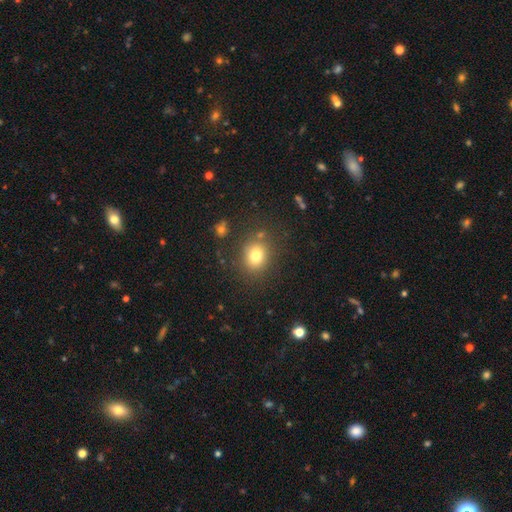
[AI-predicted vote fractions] Smooth or featured? Predicted: smooth (p=0.78). How rounded? Predicted: round (p=0.69). Merging? Predicted: none (p=0.81).